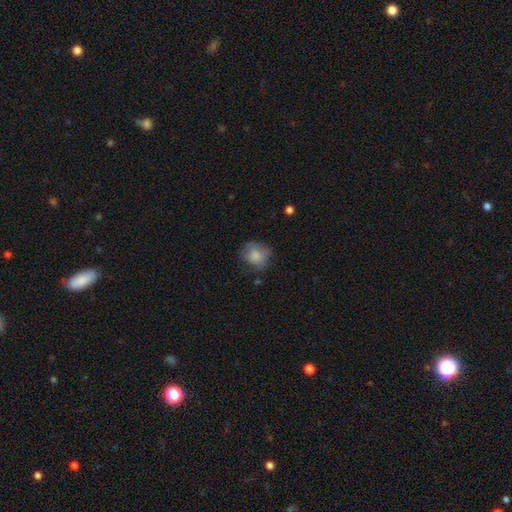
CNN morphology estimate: type=smooth (75%); roundness=round (71%); merging=none (56%).